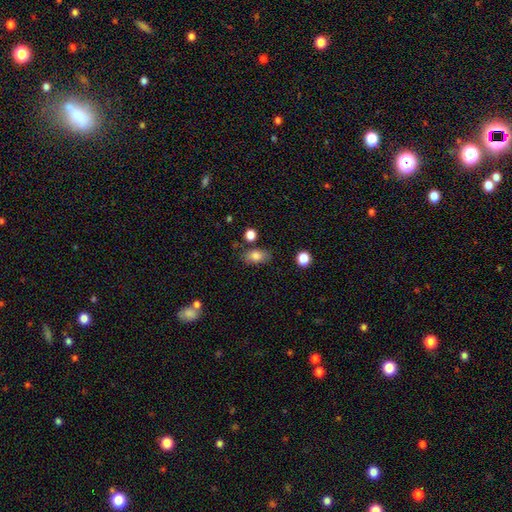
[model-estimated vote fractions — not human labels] smooth 82%, featured or disk 10%, star or artifact 9%. Down the decision tree: how rounded — in between (86%); merging — none (76%).